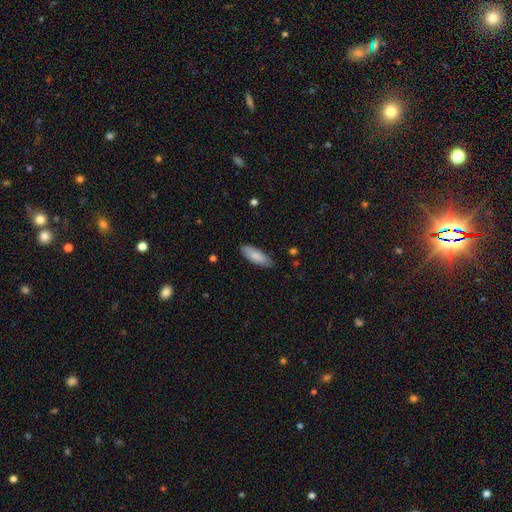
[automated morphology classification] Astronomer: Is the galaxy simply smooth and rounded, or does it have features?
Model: smooth — 87%.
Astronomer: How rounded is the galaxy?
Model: in between — 68%.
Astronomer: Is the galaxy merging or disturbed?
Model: none — 84%.